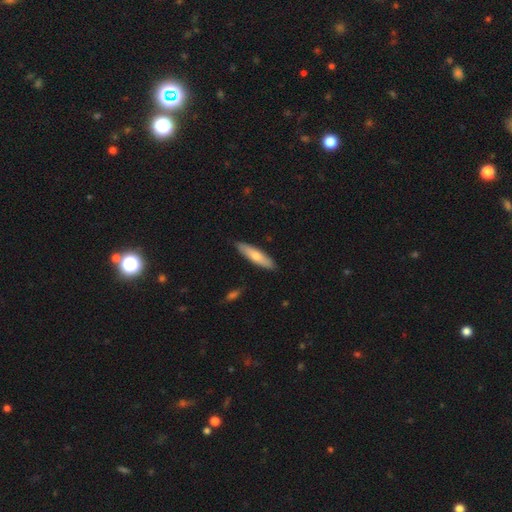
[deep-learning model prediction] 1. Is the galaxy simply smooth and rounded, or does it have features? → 60% smooth, 34% featured or disk, 6% star or artifact.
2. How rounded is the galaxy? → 77% cigar-shaped, 21% in between, 2% round.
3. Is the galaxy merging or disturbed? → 89% none, 8% minor disturbance, 1% major disturbance, 1% merger.